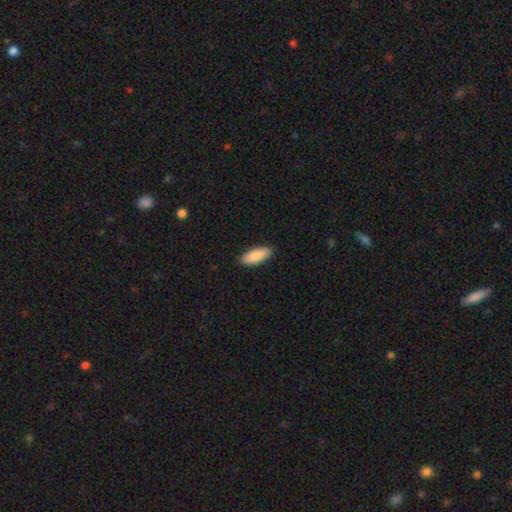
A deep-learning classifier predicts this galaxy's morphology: Smooth or featured? smooth (88%)
How rounded? in between (77%)
Merging? none (89%)